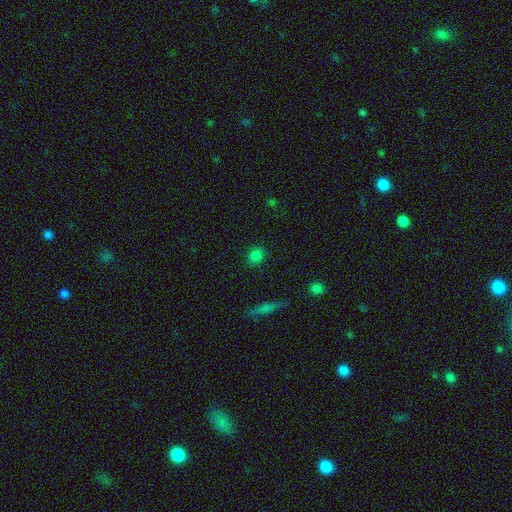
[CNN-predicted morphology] A smooth galaxy with no disk features (81%) that is round (83%).

Vote fractions:
- Smooth or featured? smooth: 81% / star or artifact: 14% / featured or disk: 5%
- How rounded? round: 83% / in between: 15% / cigar-shaped: 2%
- Merging? none: 89% / minor disturbance: 7% / major disturbance: 2% / merger: 1%